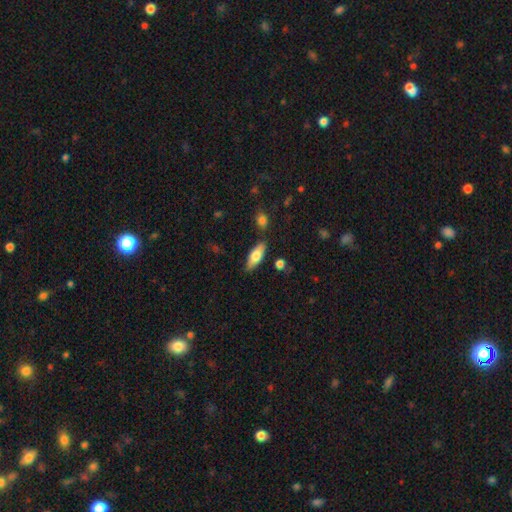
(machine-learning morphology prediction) Smooth or featured: smooth — 67% (featured or disk — 27%)
How rounded: in between — 71% (cigar-shaped — 27%)
Merging: none — 81% (minor disturbance — 12%)